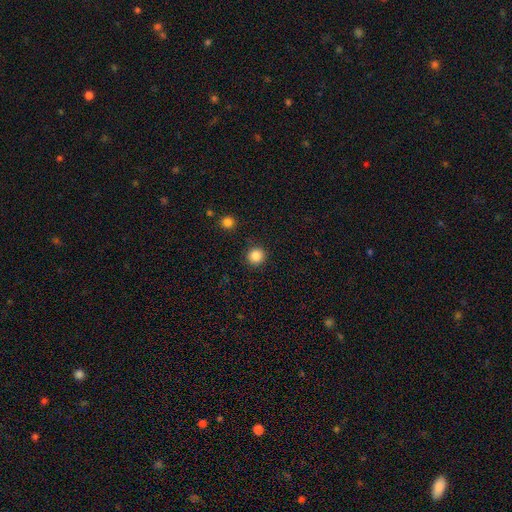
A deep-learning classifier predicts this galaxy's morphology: Smooth or featured: smooth — 85% (star or artifact — 11%)
How rounded: round — 94% (in between — 5%)
Merging: none — 91% (minor disturbance — 5%)